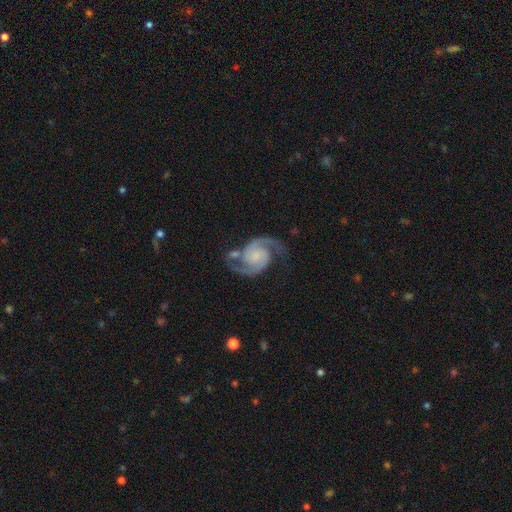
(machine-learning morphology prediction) This appears to be a featured or disk galaxy (93%) with no bar (63%), 2 (94%) medium (60%) spiral arms (99%) and a small central bulge (44%). Merging: none (69%).